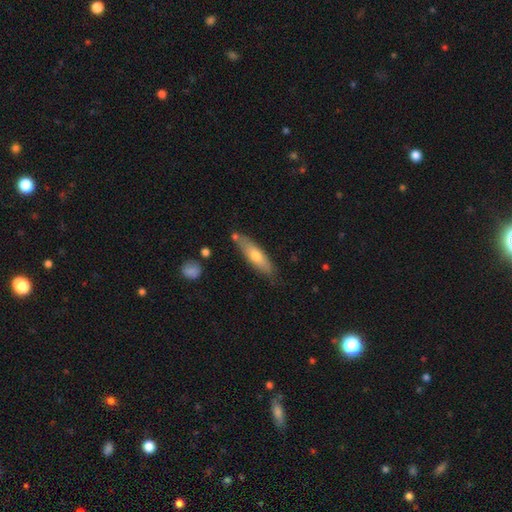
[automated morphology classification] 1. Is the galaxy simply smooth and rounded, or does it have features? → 61% smooth, 33% featured or disk, 6% star or artifact.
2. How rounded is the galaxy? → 66% cigar-shaped, 33% in between, 2% round.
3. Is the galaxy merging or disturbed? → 74% none, 17% minor disturbance, 6% merger, 3% major disturbance.